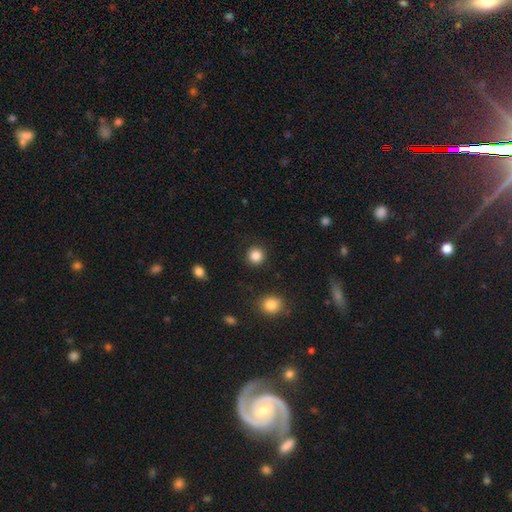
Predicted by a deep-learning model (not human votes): Smooth or featured? smooth (86%)
How rounded? round (93%)
Merging? none (90%)